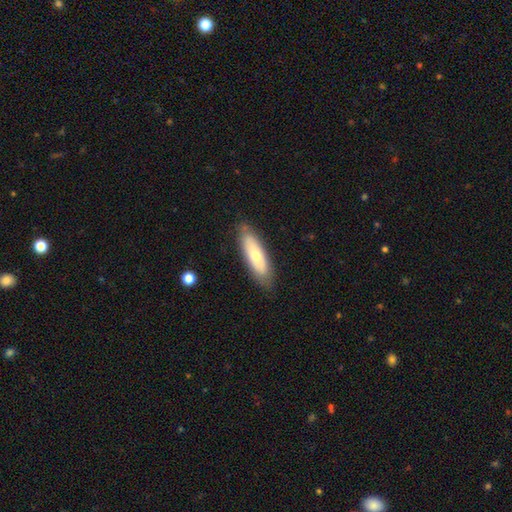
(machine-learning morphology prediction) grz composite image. It shows a smooth galaxy with no disk features (64%) that is in between round and cigar-shaped (50%). Merging: none (82%).